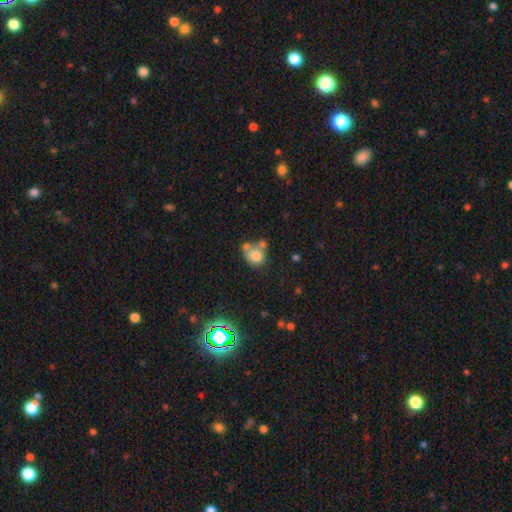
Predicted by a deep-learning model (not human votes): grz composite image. It shows a smooth galaxy with no disk features (74%) that is round (69%). Merging: merger (39%).